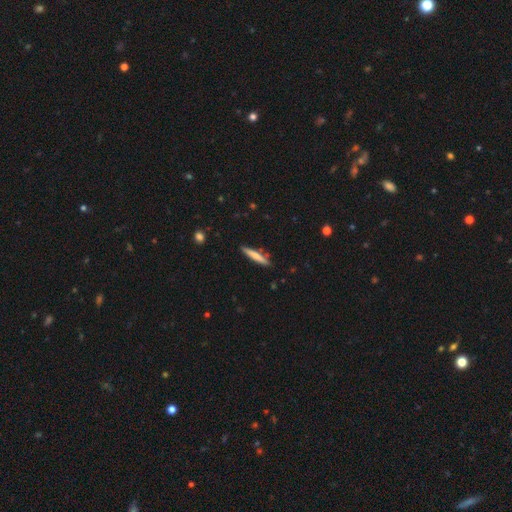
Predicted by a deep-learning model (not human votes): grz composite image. It shows a smooth galaxy with no disk features (63%) that is cigar-shaped (92%). Merging: none (85%).